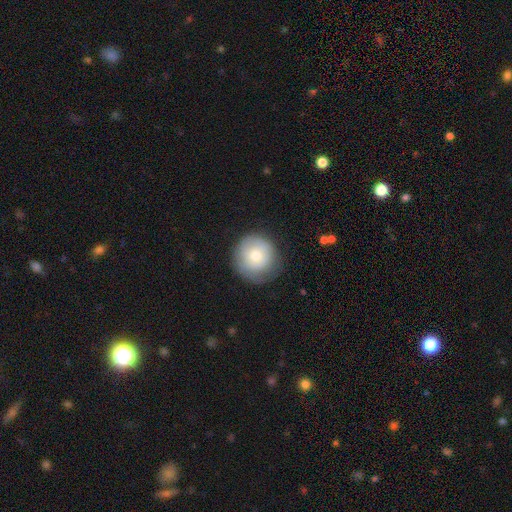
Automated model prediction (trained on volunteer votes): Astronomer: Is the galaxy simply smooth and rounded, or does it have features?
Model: smooth — 71%.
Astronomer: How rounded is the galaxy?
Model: round — 94%.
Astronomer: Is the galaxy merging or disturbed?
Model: none — 76%.